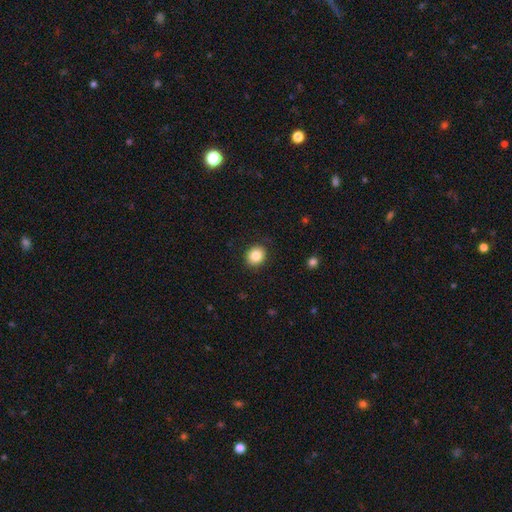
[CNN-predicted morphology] A smooth galaxy with no disk features (84%) that is round (69%). Merging: none (89%).